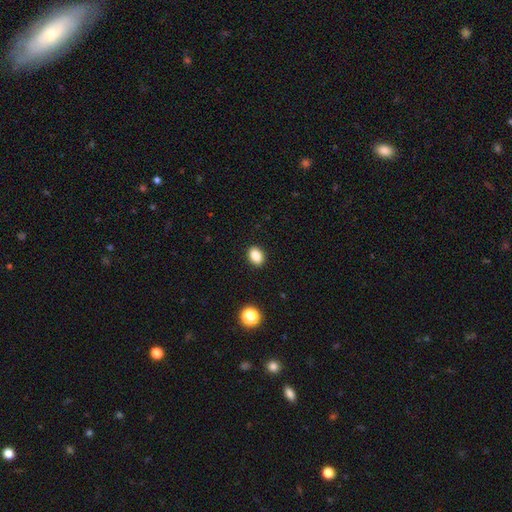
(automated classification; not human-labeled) A smooth galaxy with no disk features (86%) that is in between round and cigar-shaped (74%). Merging: none (91%).